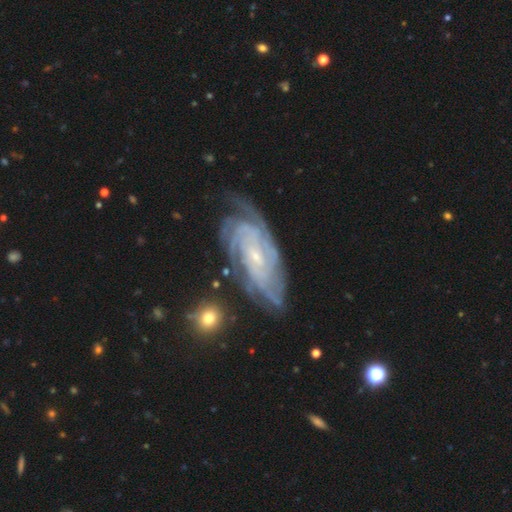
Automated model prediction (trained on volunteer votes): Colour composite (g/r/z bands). It shows a featured or disk galaxy (89%) with no bar (55%), 4 (27%, tied with can't tell) tight (75%) spiral arms (98%) and a small central bulge (75%). Merging: none (68%).